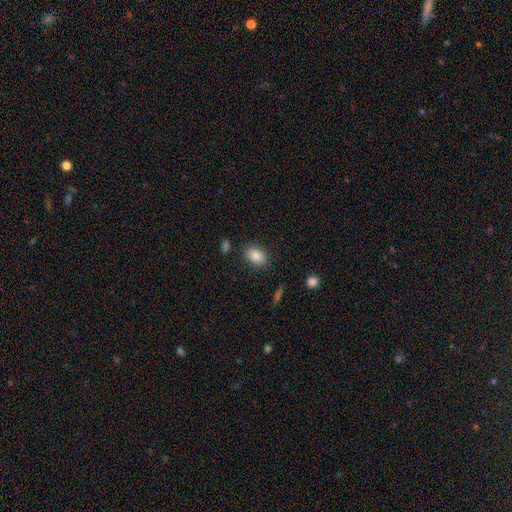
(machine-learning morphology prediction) Overall: smooth (86%). How rounded: in between (82%). Merging: none (84%).